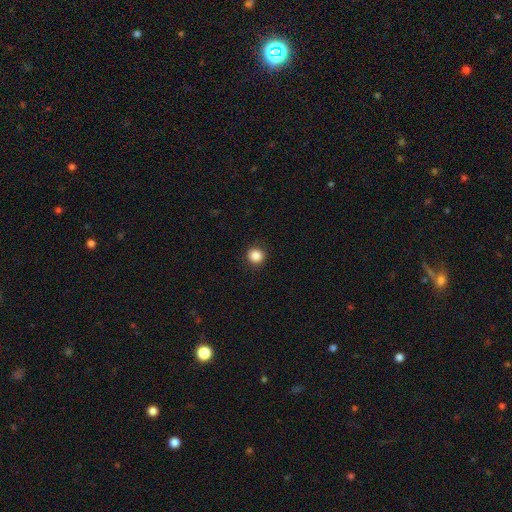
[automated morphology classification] smooth-or-featured: smooth: 87% | star or artifact: 10% | featured or disk: 3%
  how-rounded: round: 93% | in between: 6% | cigar-shaped: 1%
  merging: none: 92% | minor disturbance: 5% | major disturbance: 2% | merger: 1%